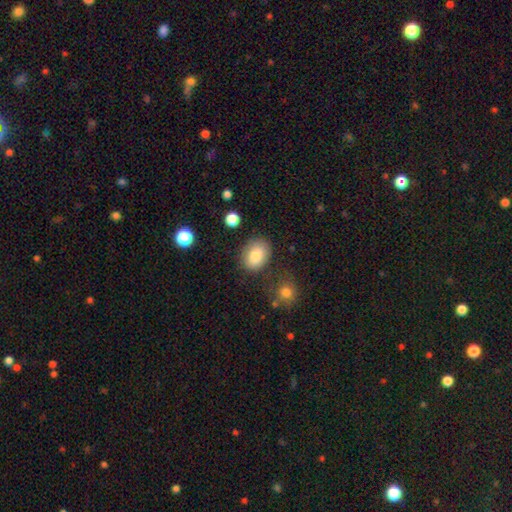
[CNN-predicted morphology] This is clearly a smooth galaxy (86%). How rounded: likely in between (68%). Merging: likely none (75%).